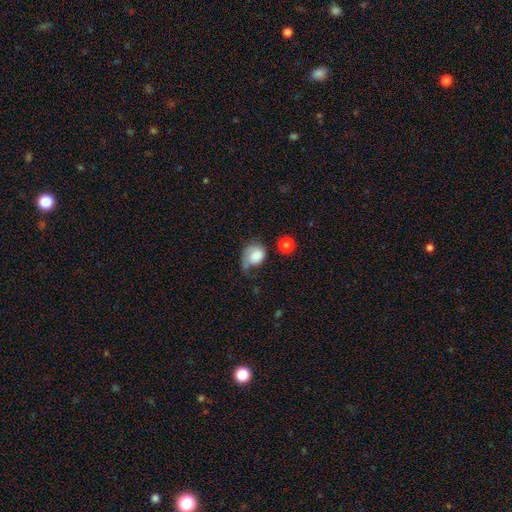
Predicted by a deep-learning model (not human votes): smooth_or_featured: smooth (p=0.69) [alt: featured or disk p=0.22]
how_rounded: round (p=0.51) [alt: in between p=0.48]
merging: major disturbance (p=0.33) [alt: none p=0.30]